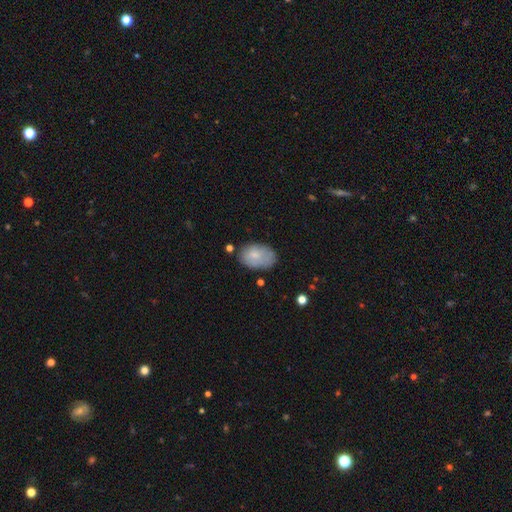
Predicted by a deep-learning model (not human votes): This appears to be a smooth galaxy with no disk features (73%) that is in between round and cigar-shaped (85%). Merging: none (64%).